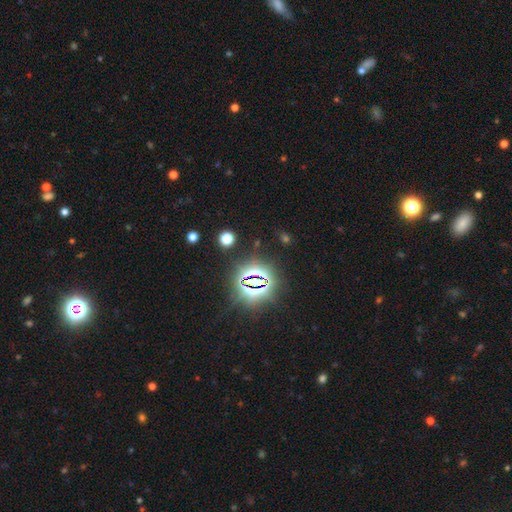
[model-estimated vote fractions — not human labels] Smooth or featured? Predicted: star or artifact (p=0.81).